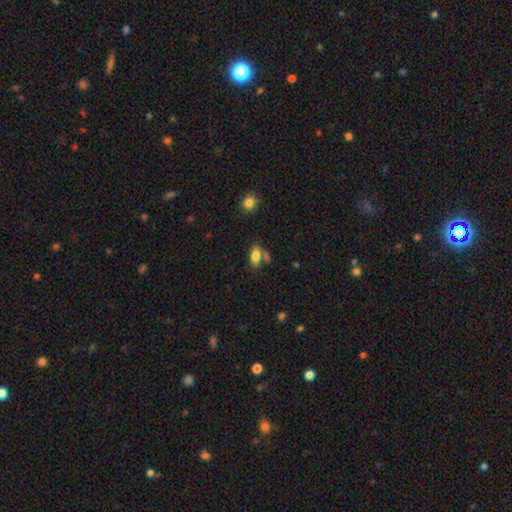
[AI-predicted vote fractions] smooth-or-featured: smooth: 81% | featured or disk: 10% | star or artifact: 9%
  how-rounded: in between: 88% | cigar-shaped: 7% | round: 5%
  merging: none: 59% | merger: 21% | minor disturbance: 14% | major disturbance: 5%